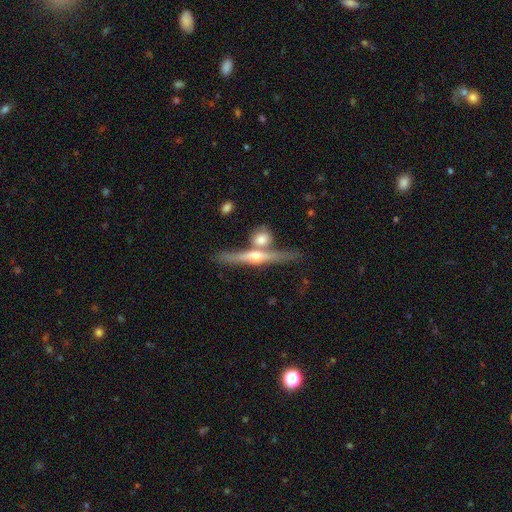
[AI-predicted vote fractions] This appears to be a featured or disk galaxy (78%) viewed edge-on (96%) with a rounded central bulge (87%). Merging: none (71%).